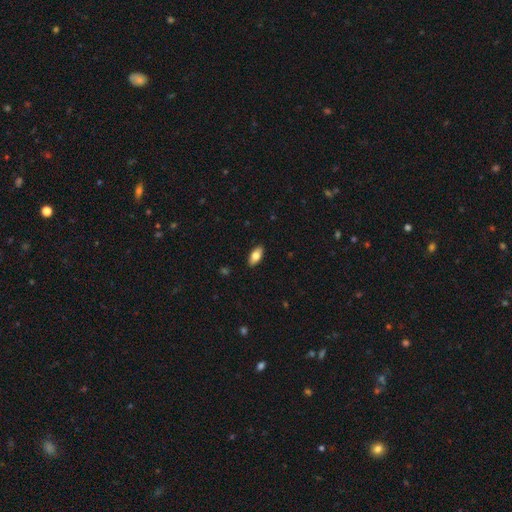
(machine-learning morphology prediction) smooth-or-featured: smooth: 77% | featured or disk: 17% | star or artifact: 7%
  how-rounded: in between: 89% | cigar-shaped: 8% | round: 3%
  merging: none: 89% | minor disturbance: 8% | major disturbance: 2% | merger: 1%